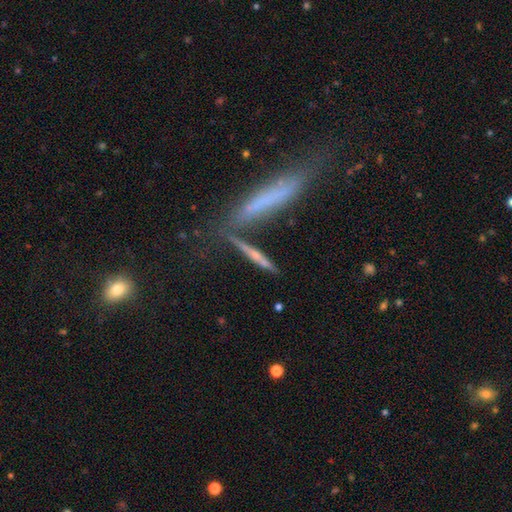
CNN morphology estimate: Overall: featured or disk (48%; smooth 41%). Merging: none (63%).